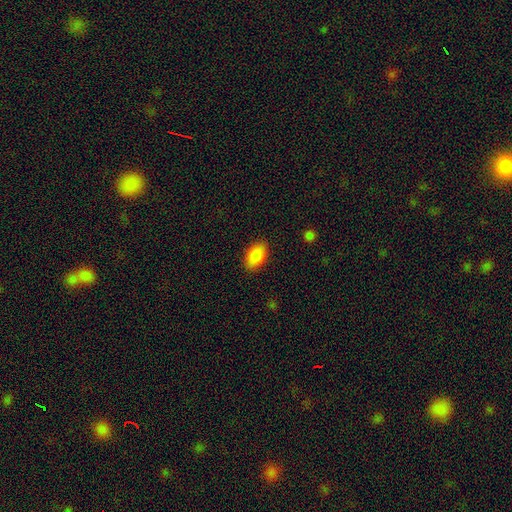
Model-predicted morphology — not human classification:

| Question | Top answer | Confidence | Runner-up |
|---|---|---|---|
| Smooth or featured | smooth | 88% | star or artifact (7%) |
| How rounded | in between | 93% | round (5%) |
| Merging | none | 88% | minor disturbance (9%) |